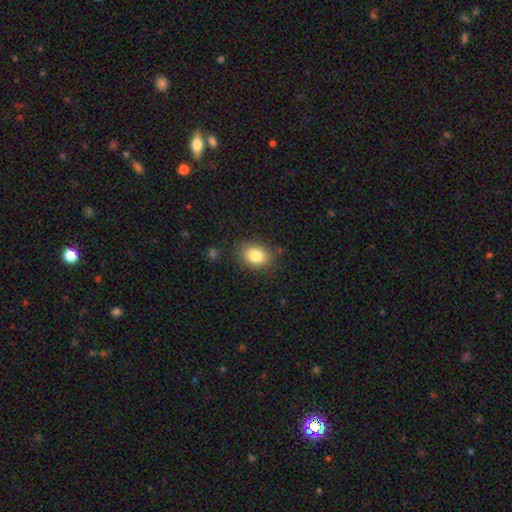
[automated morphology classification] Smooth or featured?
  - smooth: 83% *
  - star or artifact: 9%
  - featured or disk: 8%
How rounded?
  - in between: 70% *
  - round: 29%
  - cigar-shaped: 1%
Merging?
  - none: 82% *
  - minor disturbance: 13%
  - major disturbance: 3%
  - merger: 2%